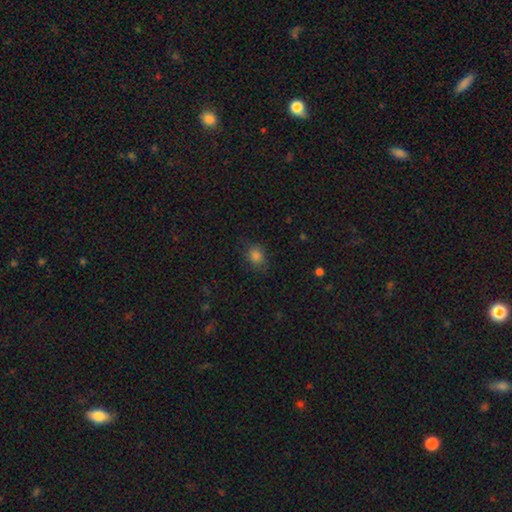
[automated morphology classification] A smooth galaxy with no disk features (82%) that is round (57%).

Vote fractions:
- Smooth or featured? smooth: 82% / star or artifact: 13% / featured or disk: 5%
- How rounded? round: 57% / in between: 41% / cigar-shaped: 1%
- Merging? none: 78% / minor disturbance: 16% / major disturbance: 5% / merger: 1%